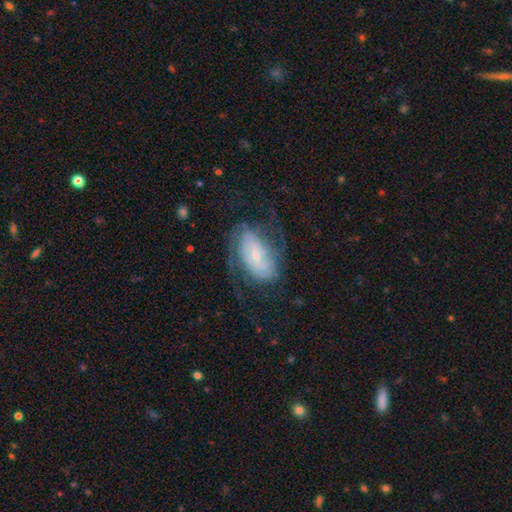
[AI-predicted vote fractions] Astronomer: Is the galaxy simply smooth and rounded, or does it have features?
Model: featured or disk — 73%.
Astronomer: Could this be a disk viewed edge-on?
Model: no — 95%.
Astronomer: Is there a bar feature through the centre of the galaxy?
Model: no — 55% (runner-up: weak, 33%).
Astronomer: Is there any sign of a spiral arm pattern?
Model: yes — 86%.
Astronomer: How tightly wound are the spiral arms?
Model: tight — 39%, tied with medium at 39%.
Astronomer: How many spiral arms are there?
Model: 2 — 46% (runner-up: can't tell, 33%).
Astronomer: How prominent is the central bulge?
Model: small — 72%.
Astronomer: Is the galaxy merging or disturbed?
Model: none — 60%.